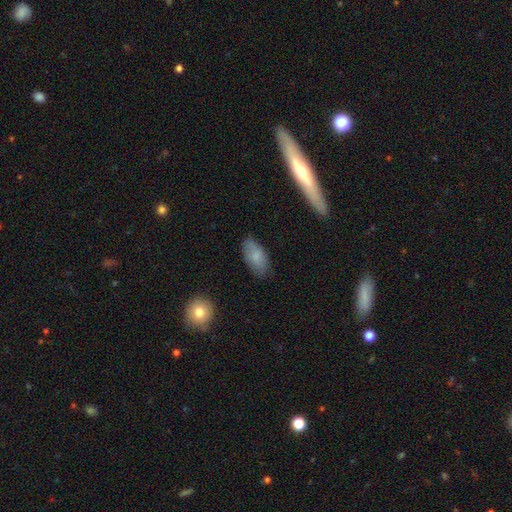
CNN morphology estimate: A smooth galaxy with no disk features (79%) that is in between round and cigar-shaped (93%).

Vote fractions:
- Smooth or featured? smooth: 79% / featured or disk: 14% / star or artifact: 7%
- How rounded? in between: 93% / cigar-shaped: 4% / round: 3%
- Merging? none: 79% / minor disturbance: 17% / major disturbance: 3% / merger: 2%